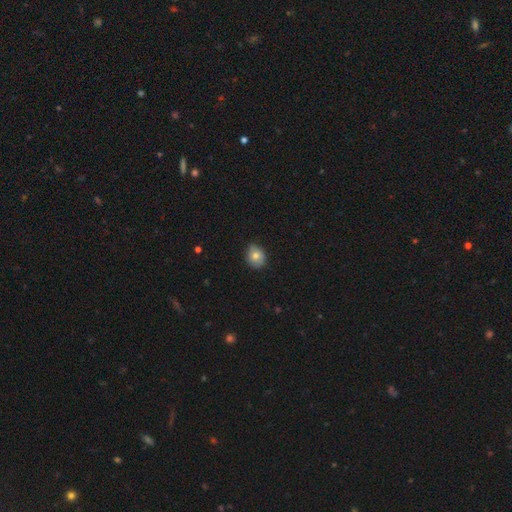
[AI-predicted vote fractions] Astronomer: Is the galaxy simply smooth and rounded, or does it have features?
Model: smooth — 76%.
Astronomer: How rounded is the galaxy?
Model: round — 59% (runner-up: in between, 40%).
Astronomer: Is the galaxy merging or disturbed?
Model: none — 77%.